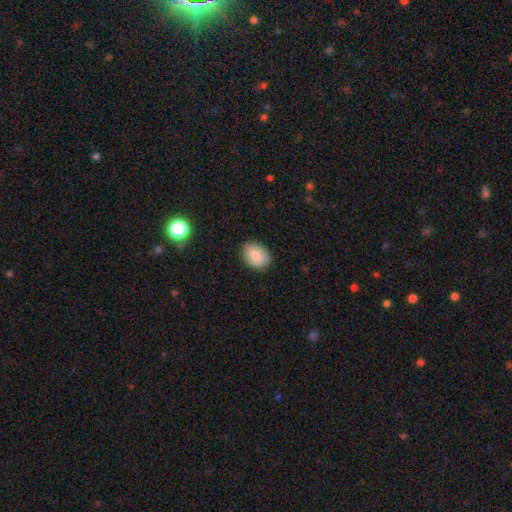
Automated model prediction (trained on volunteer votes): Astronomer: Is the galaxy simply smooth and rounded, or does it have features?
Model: smooth — 82%.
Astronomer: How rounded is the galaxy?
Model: in between — 74%.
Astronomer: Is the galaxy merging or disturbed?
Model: none — 82%.